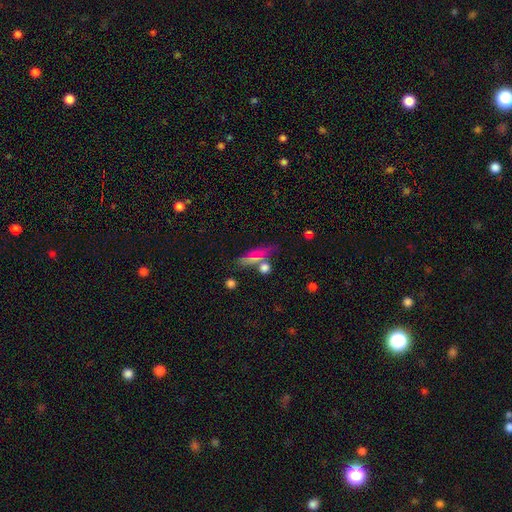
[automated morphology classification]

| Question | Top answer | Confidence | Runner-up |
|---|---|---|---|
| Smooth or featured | smooth | 60% | featured or disk (24%) |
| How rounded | cigar-shaped | 60% | in between (28%) |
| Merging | none | 62% | merger (15%) |